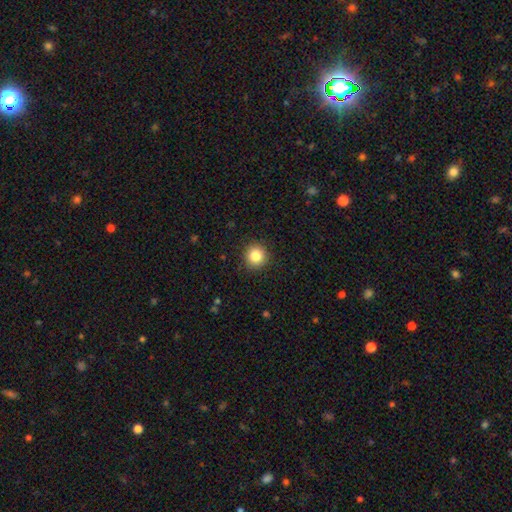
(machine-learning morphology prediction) Smooth or featured? smooth (84%)
How rounded? round (93%)
Merging? none (91%)